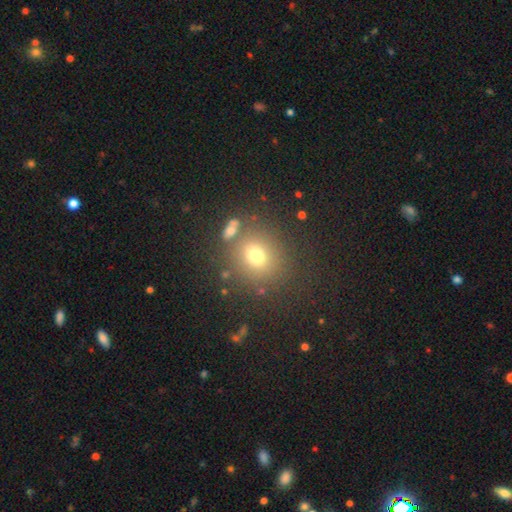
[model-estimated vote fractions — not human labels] smooth-or-featured: smooth: 71% | star or artifact: 17% | featured or disk: 12%
  how-rounded: round: 80% | in between: 19% | cigar-shaped: 1%
  merging: none: 76% | minor disturbance: 10% | merger: 9% | major disturbance: 5%